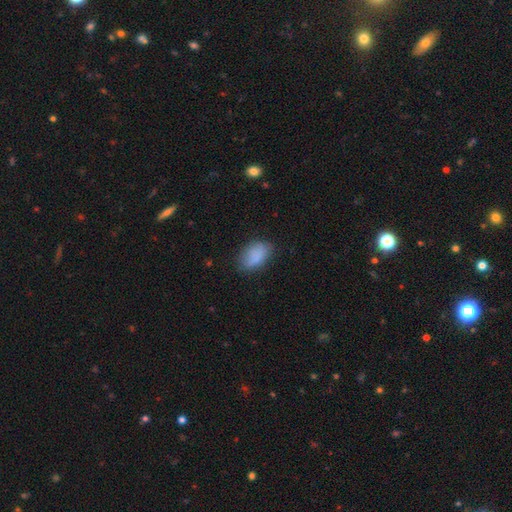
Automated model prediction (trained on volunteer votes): Smooth or featured? smooth (84%)
How rounded? in between (89%)
Merging? none (72%)